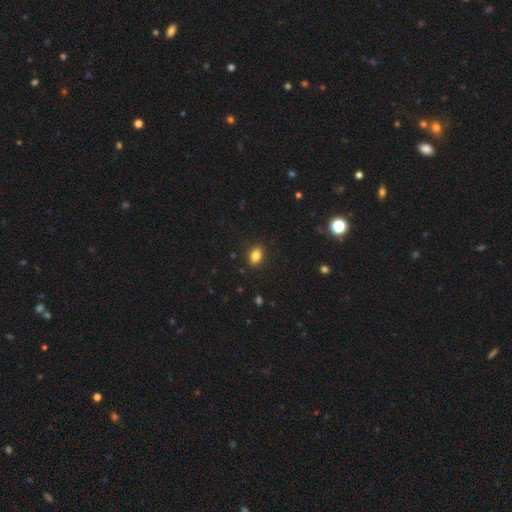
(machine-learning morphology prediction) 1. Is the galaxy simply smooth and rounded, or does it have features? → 84% smooth, 10% star or artifact, 6% featured or disk.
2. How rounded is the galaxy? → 84% in between, 14% round, 2% cigar-shaped.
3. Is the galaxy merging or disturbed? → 88% none, 9% minor disturbance, 2% major disturbance, 1% merger.